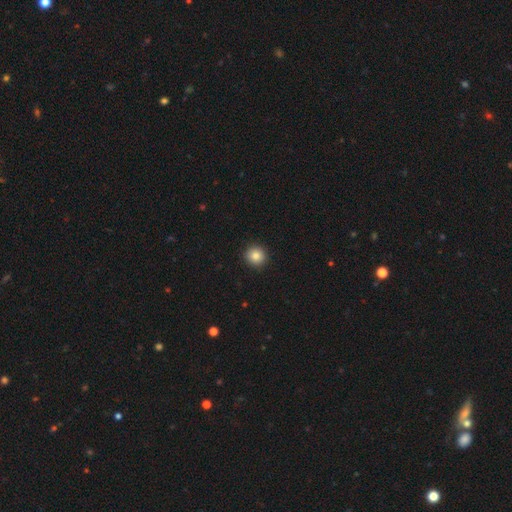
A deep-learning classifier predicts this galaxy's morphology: The model was most divided on "smooth or featured": smooth: 83%, star or artifact: 10%, featured or disk: 7%. More confident: how rounded — round (93%); merging — none (93%).